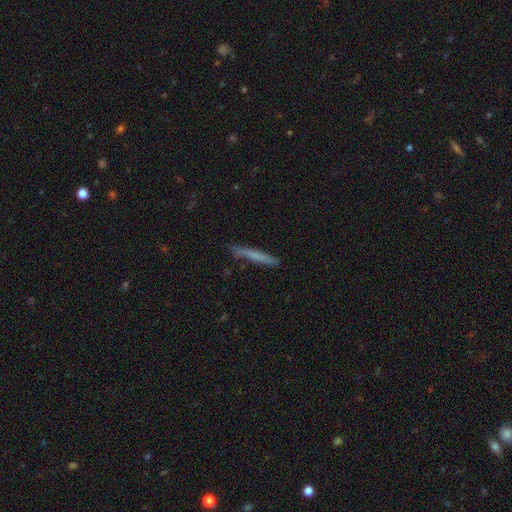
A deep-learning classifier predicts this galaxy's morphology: The model was most divided on "smooth or featured": smooth: 63%, featured or disk: 31%, star or artifact: 6%. More confident: how rounded — cigar-shaped (96%); merging — none (87%).